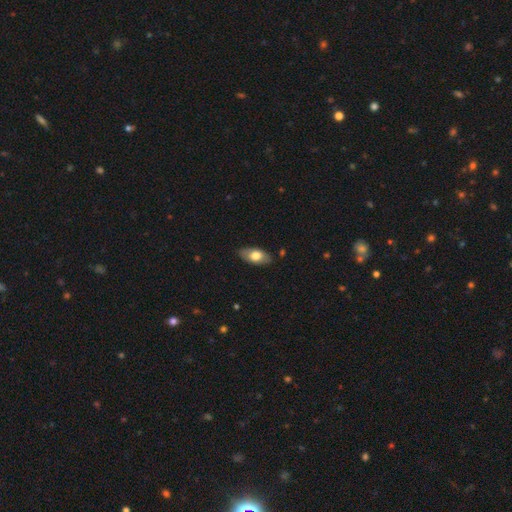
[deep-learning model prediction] smooth 69%, featured or disk 25%, star or artifact 6%. Down the decision tree: how rounded — in between (92%); merging — none (83%).